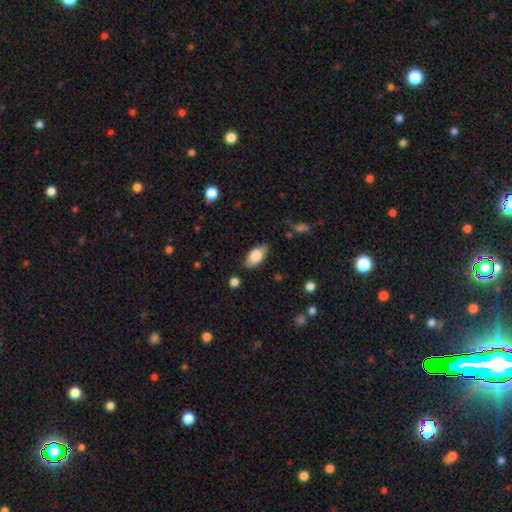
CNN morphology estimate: Smooth or featured? smooth (79%)
How rounded? in between (91%)
Merging? none (81%)